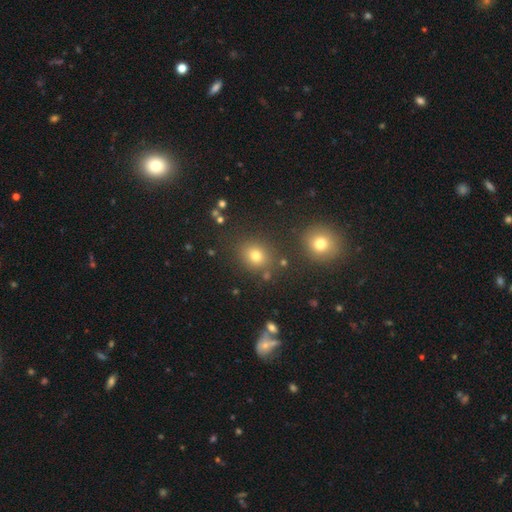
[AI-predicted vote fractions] This is likely a smooth galaxy (72%). How rounded: likely round (74%). Merging: clearly none (82%).